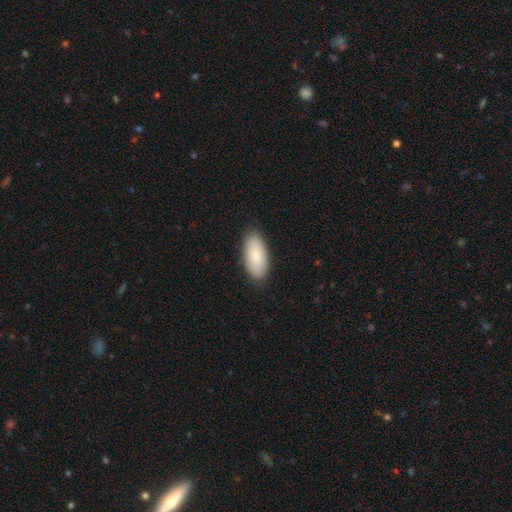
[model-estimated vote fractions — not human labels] Smooth or featured? Predicted: smooth (p=0.85). How rounded? Predicted: in between (p=0.88). Merging? Predicted: none (p=0.88).